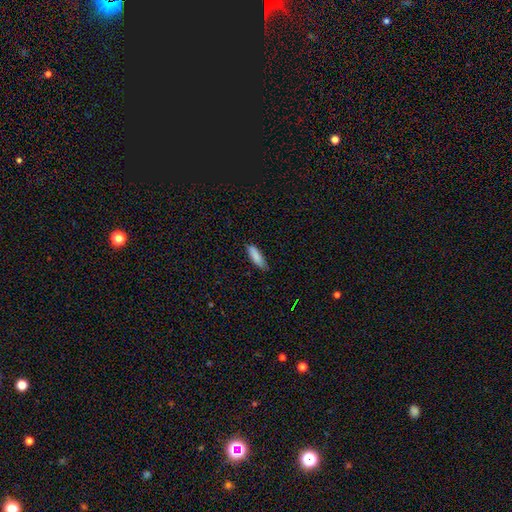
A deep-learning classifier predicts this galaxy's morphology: A smooth galaxy with no disk features (87%) that is cigar-shaped (56%). Merging: none (78%).